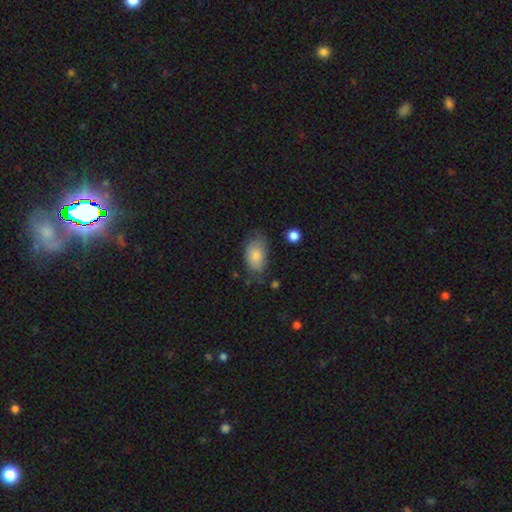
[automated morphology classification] Smooth or featured?
  - smooth: 78% *
  - featured or disk: 15%
  - star or artifact: 7%
How rounded?
  - in between: 91% *
  - round: 7%
  - cigar-shaped: 2%
Merging?
  - none: 51% *
  - minor disturbance: 33%
  - major disturbance: 13%
  - merger: 3%